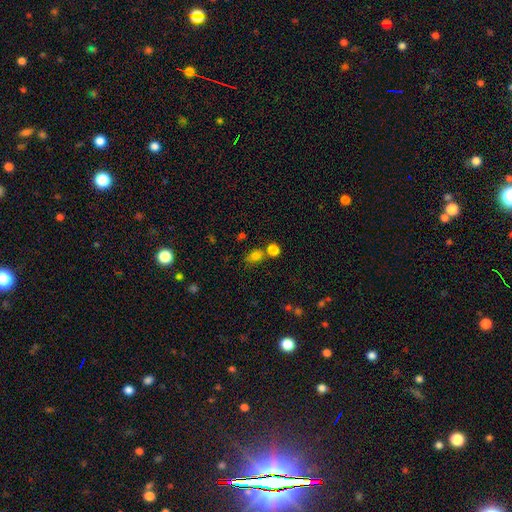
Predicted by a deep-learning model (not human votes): This appears to be a smooth galaxy with no disk features (79%) that is in between round and cigar-shaped (52%). Merging: none (56%).